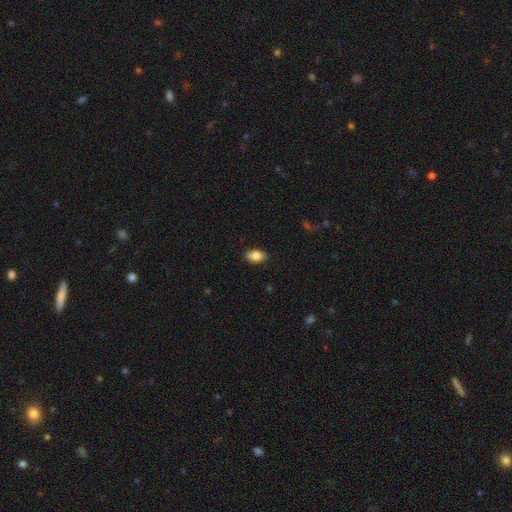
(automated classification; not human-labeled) Smooth or featured: smooth — 85% (featured or disk — 8%)
How rounded: in between — 89% (round — 9%)
Merging: none — 88% (minor disturbance — 9%)